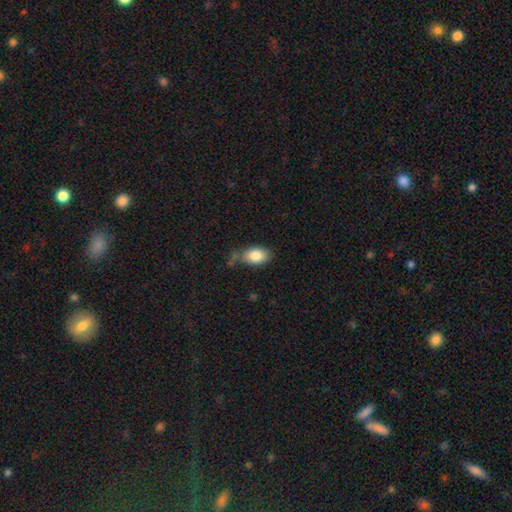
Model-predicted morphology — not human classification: Q: Smooth or featured?
A: smooth (84%); runner-up: featured or disk (8%)
Q: How rounded?
A: in between (88%); runner-up: round (11%)
Q: Merging?
A: none (59%); runner-up: minor disturbance (25%)